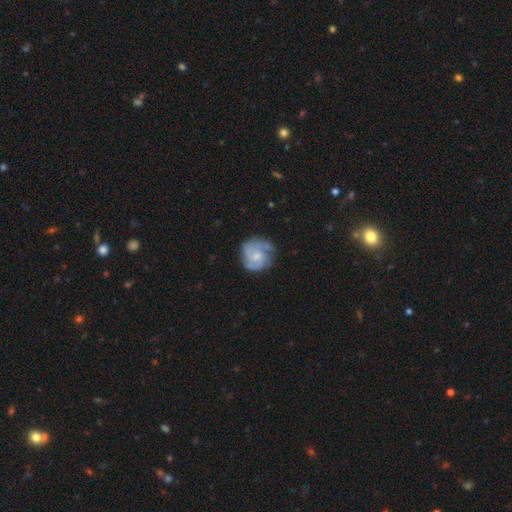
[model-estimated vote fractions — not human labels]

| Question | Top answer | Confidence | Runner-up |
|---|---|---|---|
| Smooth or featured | featured or disk | 73% | smooth (21%) |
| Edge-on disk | no | 98% | yes (2%) |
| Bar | no | 70% | weak (27%) |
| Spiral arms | yes | 93% | no (7%) |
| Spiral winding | tight | 44% | medium (43%) |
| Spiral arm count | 2 | 34% | 3 (32%) |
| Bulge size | small | 55% | moderate (33%) |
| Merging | none | 66% | minor disturbance (22%) |